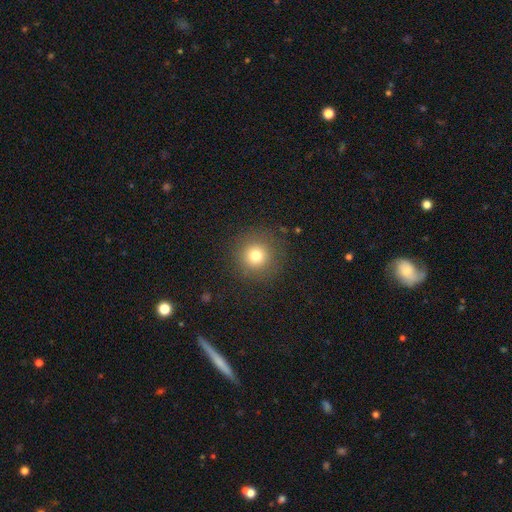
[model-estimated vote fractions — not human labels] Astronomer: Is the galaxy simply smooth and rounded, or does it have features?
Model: smooth — 77%.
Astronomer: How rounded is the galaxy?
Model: round — 95%.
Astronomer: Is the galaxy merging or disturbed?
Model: none — 88%.